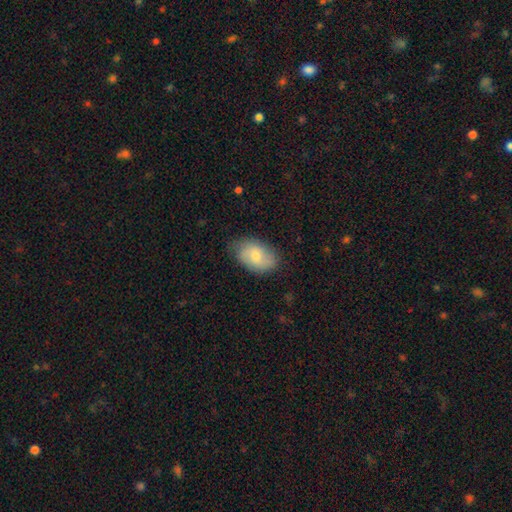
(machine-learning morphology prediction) smooth-or-featured: smooth: 68% | featured or disk: 26% | star or artifact: 6%
  how-rounded: in between: 91% | round: 8% | cigar-shaped: 1%
  merging: none: 76% | minor disturbance: 19% | major disturbance: 4% | merger: 1%